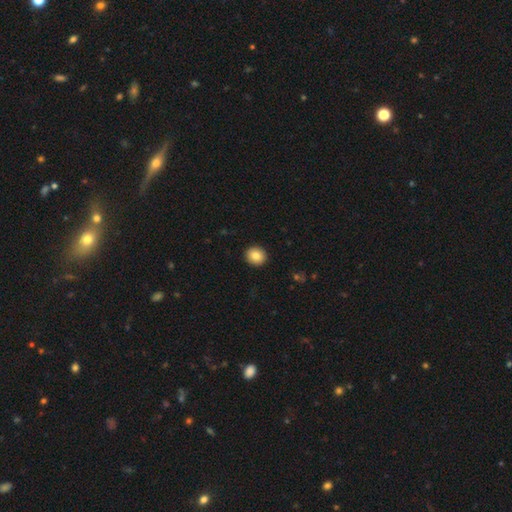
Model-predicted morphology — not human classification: Overall: smooth (84%). How rounded: round (83%). Merging: none (93%).